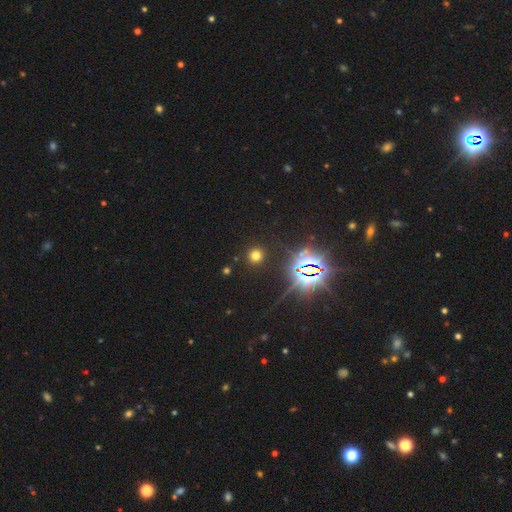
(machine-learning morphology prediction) smooth 64%, star or artifact 29%, featured or disk 7%. Down the decision tree: how rounded — round (92%); merging — none (90%).